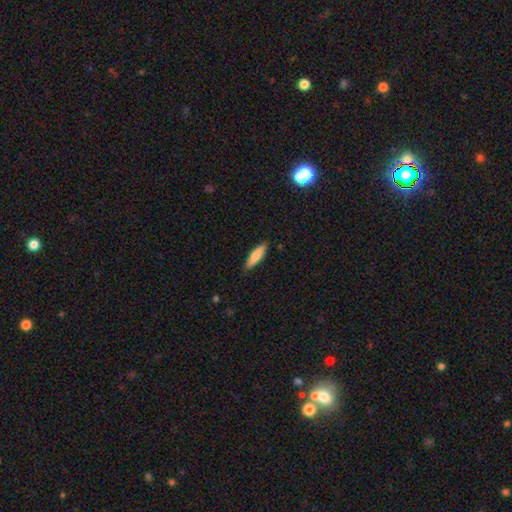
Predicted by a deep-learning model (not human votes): Q: Smooth or featured?
A: smooth (73%); runner-up: featured or disk (21%)
Q: How rounded?
A: cigar-shaped (64%); runner-up: in between (34%)
Q: Merging?
A: none (86%); runner-up: minor disturbance (10%)